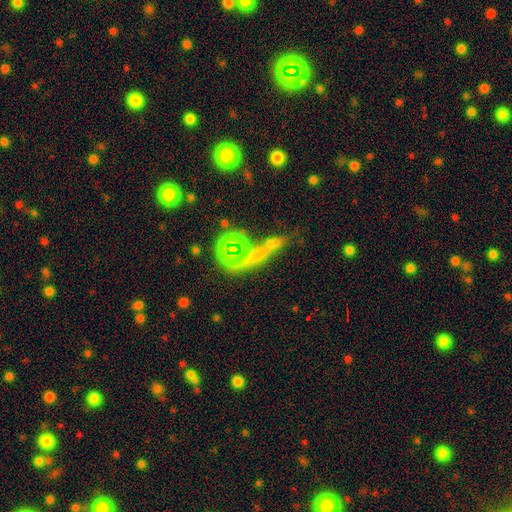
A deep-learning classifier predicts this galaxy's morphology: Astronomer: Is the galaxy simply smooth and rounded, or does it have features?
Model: star or artifact — 47% (runner-up: smooth, 37%).